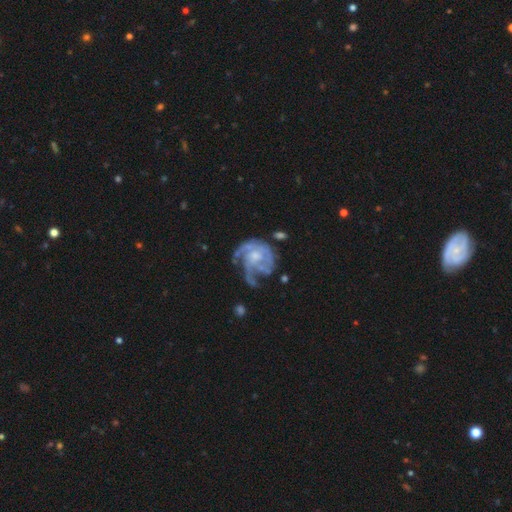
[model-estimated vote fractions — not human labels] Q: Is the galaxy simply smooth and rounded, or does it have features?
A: featured or disk — 82%.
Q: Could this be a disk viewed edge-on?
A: no — 98%.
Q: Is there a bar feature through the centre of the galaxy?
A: no — 73%.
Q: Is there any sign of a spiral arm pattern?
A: yes — 88%.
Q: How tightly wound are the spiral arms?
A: tight — 48%.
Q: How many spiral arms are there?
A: can't tell — 31%.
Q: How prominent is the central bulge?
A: moderate — 44%.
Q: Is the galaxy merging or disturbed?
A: none — 42%.